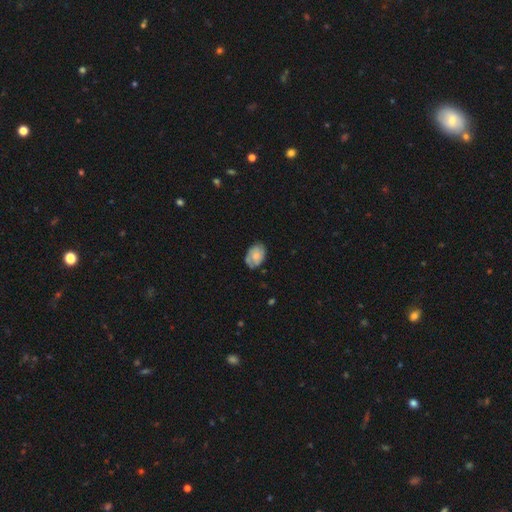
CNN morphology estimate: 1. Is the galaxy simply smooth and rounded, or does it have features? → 53% smooth, 41% featured or disk, 7% star or artifact.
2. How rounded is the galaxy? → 83% in between, 16% round, 1% cigar-shaped.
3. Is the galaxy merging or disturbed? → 69% none, 24% minor disturbance, 5% major disturbance, 2% merger.